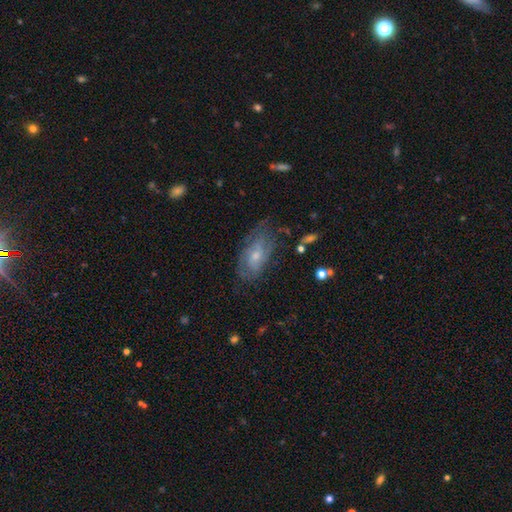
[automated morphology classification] Q: Smooth or featured?
A: featured or disk (61%); runner-up: smooth (28%)
Q: Edge-on disk?
A: no (91%); runner-up: yes (9%)
Q: Bar?
A: no (67%); runner-up: weak (28%)
Q: Spiral arms?
A: yes (76%); runner-up: no (24%)
Q: Bulge size?
A: small (53%); runner-up: moderate (39%)
Q: Merging?
A: none (64%); runner-up: minor disturbance (23%)